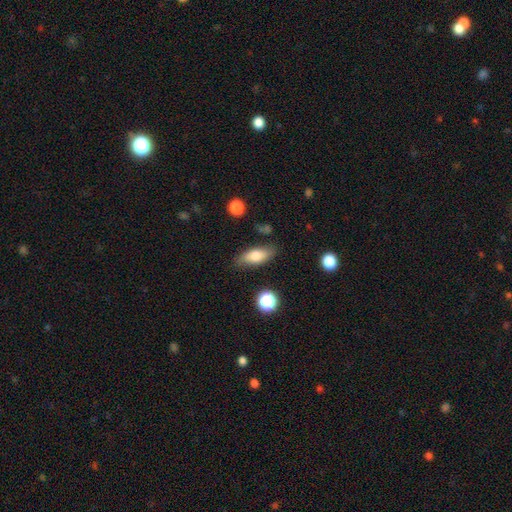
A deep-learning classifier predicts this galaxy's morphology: Smooth or featured? Predicted: smooth (p=0.72). How rounded? Predicted: in between (p=0.77). Merging? Predicted: none (p=0.80).